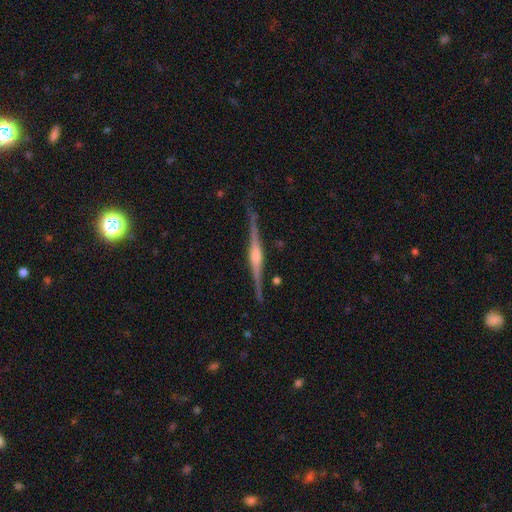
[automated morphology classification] Q: Smooth or featured?
A: featured or disk (87%); runner-up: smooth (8%)
Q: Edge-on disk?
A: yes (98%); runner-up: no (2%)
Q: Edge-on bulge?
A: rounded (75%); runner-up: boxy (19%)
Q: Merging?
A: none (86%); runner-up: minor disturbance (10%)